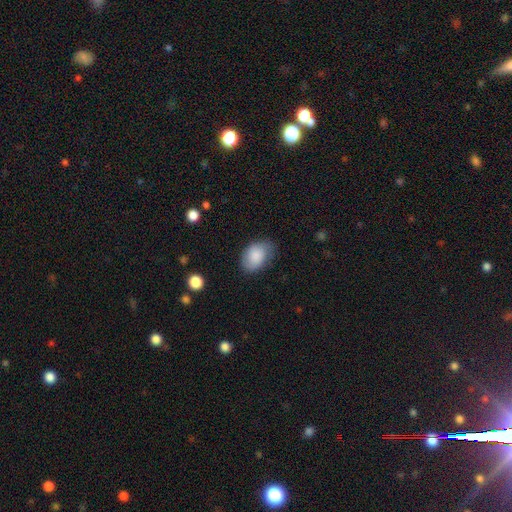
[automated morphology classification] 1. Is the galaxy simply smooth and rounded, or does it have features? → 76% smooth, 17% featured or disk, 7% star or artifact.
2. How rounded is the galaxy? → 83% in between, 16% round, 1% cigar-shaped.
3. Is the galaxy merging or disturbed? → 67% none, 25% minor disturbance, 7% major disturbance, 1% merger.